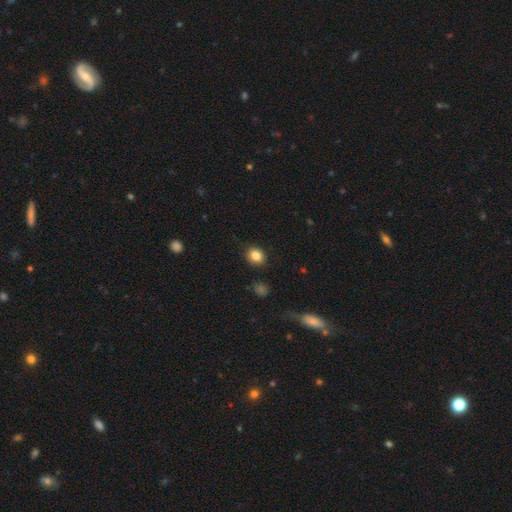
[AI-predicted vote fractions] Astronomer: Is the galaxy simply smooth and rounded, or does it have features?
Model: smooth — 85%.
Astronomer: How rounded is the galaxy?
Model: round — 58% (runner-up: in between, 41%).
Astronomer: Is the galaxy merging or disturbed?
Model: none — 86%.